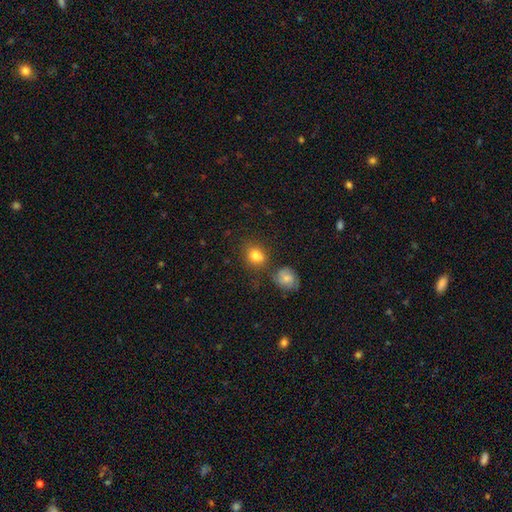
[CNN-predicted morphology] Smooth or featured: smooth — 80% (star or artifact — 11%)
How rounded: round — 58% (in between — 41%)
Merging: none — 64% (minor disturbance — 15%)